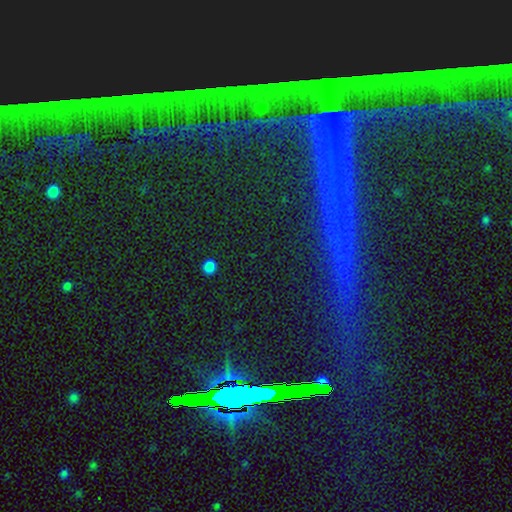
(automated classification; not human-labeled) A star or artifact, not a galaxy (80%).

Vote fractions:
- Smooth or featured? star or artifact: 80% / featured or disk: 11% / smooth: 9%